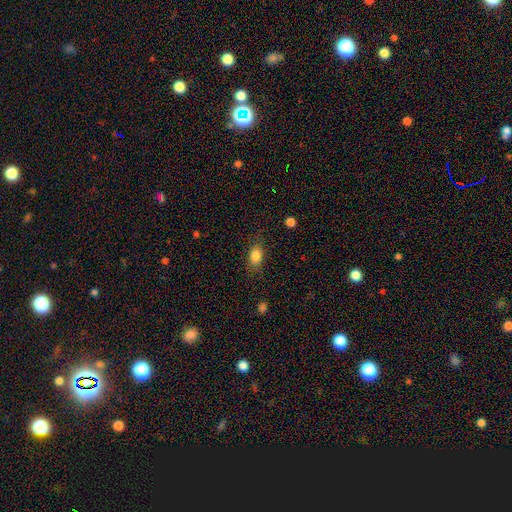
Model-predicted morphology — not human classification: Smooth or featured: smooth — 84% (star or artifact — 9%)
How rounded: in between — 81% (round — 16%)
Merging: none — 79% (minor disturbance — 15%)